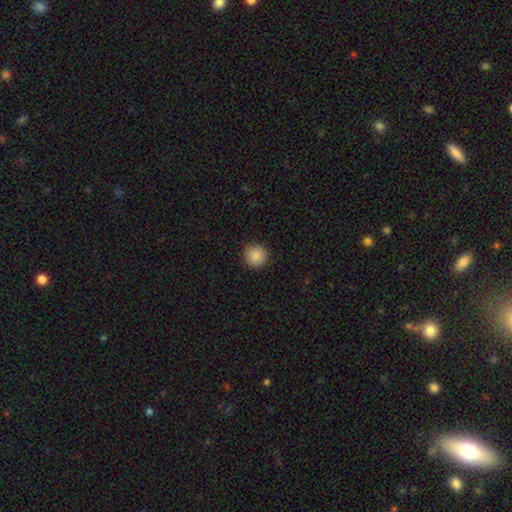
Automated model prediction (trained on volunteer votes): This is clearly a smooth galaxy (88%). How rounded: clearly round (94%). Merging: clearly none (91%).